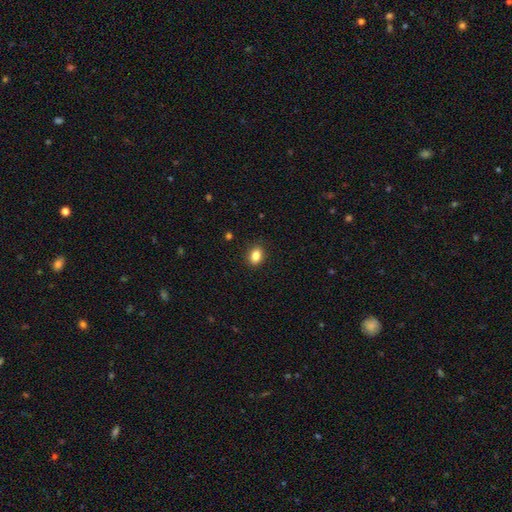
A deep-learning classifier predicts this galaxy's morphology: The model was most divided on "how rounded": in between: 70%, round: 29%, cigar-shaped: 1%. More confident: merging — none (89%); smooth or featured — smooth (86%).